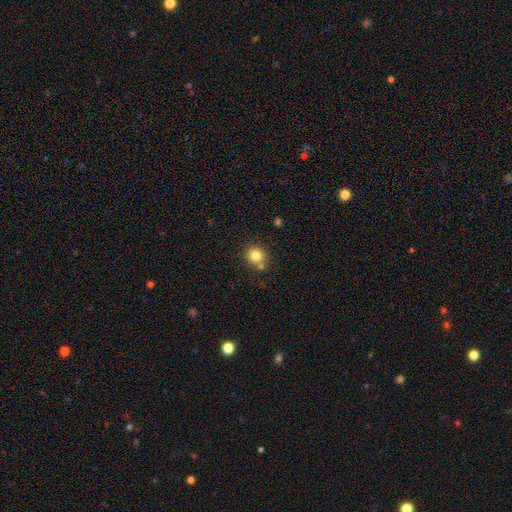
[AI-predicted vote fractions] Smooth or featured: smooth — 81% (star or artifact — 11%)
How rounded: round — 89% (in between — 10%)
Merging: none — 71% (merger — 17%)